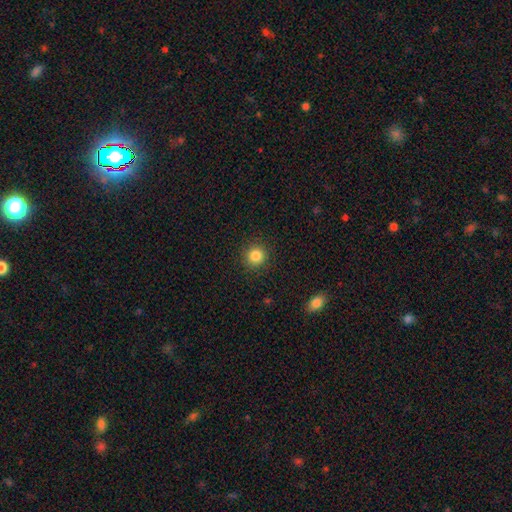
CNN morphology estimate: smooth_or_featured: smooth (p=0.84) [alt: star or artifact p=0.11]
how_rounded: round (p=0.93) [alt: in between p=0.06]
merging: none (p=0.91) [alt: minor disturbance p=0.06]